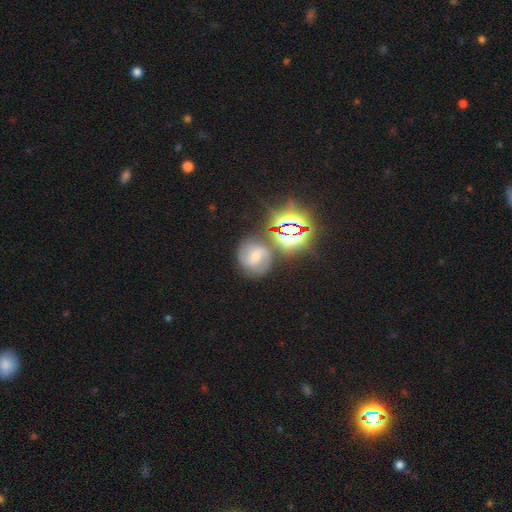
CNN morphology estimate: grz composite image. It shows a featured or disk galaxy (52%). Merging: none (73%).